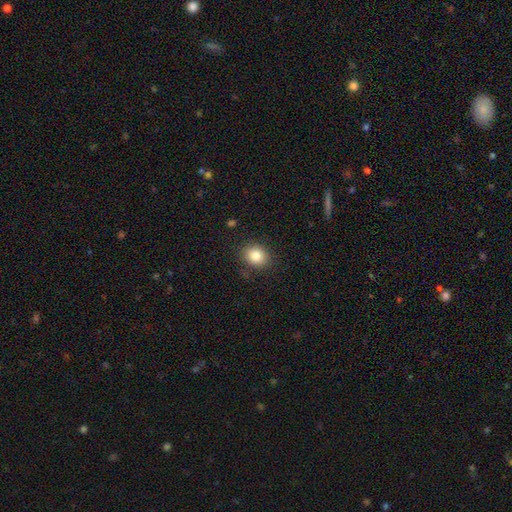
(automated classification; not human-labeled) A smooth galaxy with no disk features (84%) that is round (65%). Merging: none (85%).